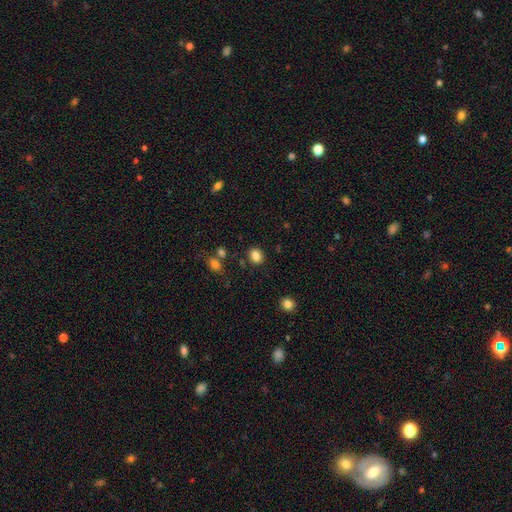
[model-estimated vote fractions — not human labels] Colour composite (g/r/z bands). It shows a smooth galaxy with no disk features (85%) that is round (57%). Merging: none (84%).